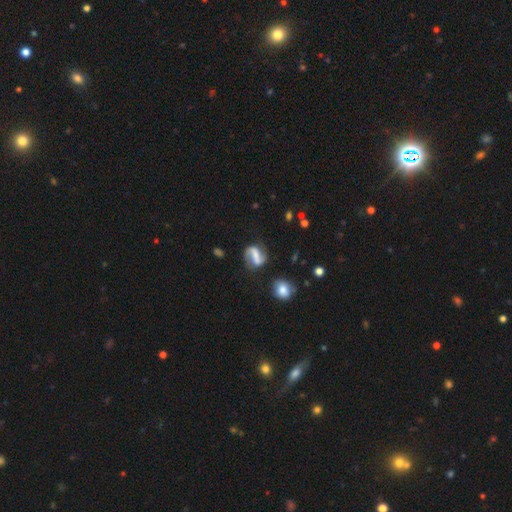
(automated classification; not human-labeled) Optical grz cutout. It shows a featured or disk galaxy (76%) with a strong bar (46%), 2 (90%) loose (55%) spiral arms (92%) and a small central bulge (33%, tied with none). Merging: none (72%).